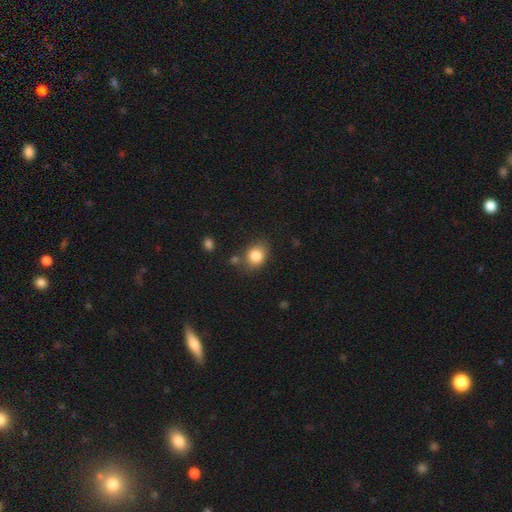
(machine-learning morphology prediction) smooth 84%, star or artifact 10%, featured or disk 7%. Down the decision tree: how rounded — round (54%); merging — none (72%).